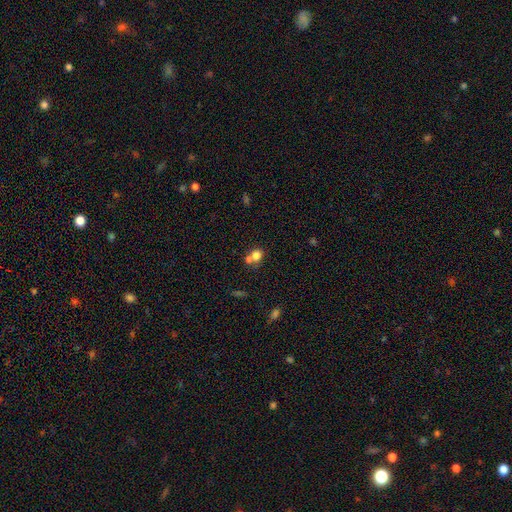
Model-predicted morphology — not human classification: type=smooth (76%); roundness=round (71%); merging=merger (47%).